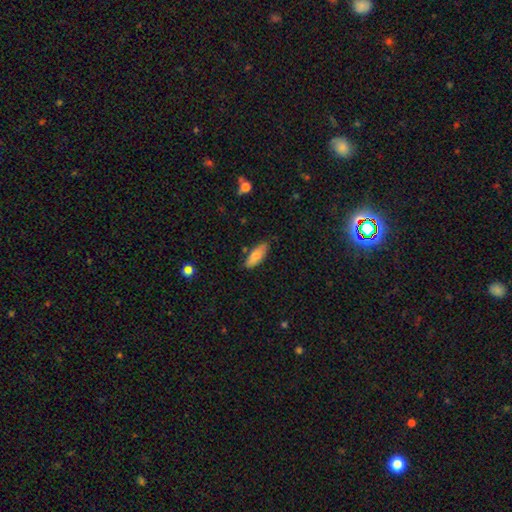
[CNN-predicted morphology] This appears to be a smooth galaxy with no disk features (81%) that is in between round and cigar-shaped (72%). Merging: none (81%).